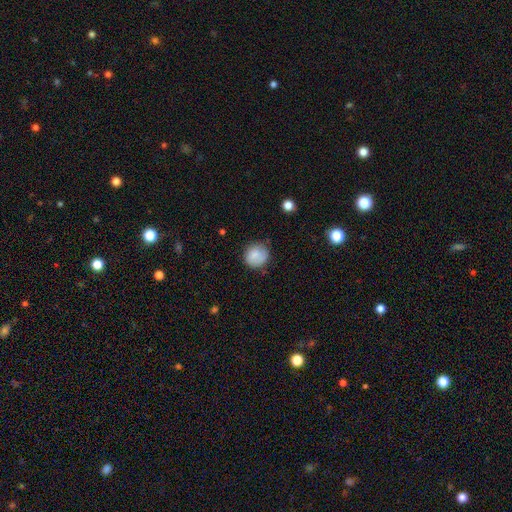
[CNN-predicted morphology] A smooth galaxy with no disk features (80%) that is round (88%).

Vote fractions:
- Smooth or featured? smooth: 80% / featured or disk: 12% / star or artifact: 8%
- How rounded? round: 88% / in between: 11% / cigar-shaped: 1%
- Merging? none: 75% / minor disturbance: 18% / major disturbance: 5% / merger: 2%